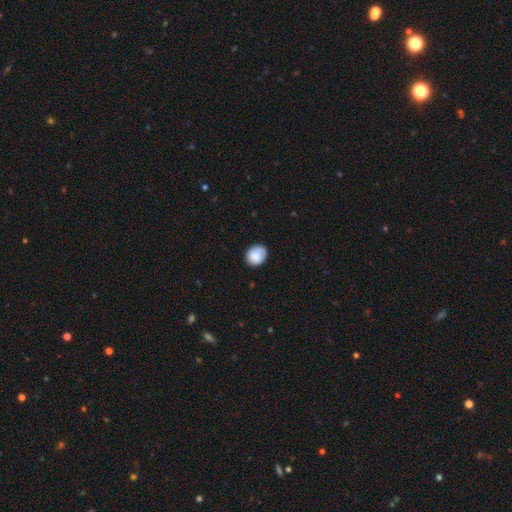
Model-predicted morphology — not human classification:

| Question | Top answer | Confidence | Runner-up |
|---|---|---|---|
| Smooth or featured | smooth | 86% | star or artifact (7%) |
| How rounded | round | 62% | in between (37%) |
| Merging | none | 78% | minor disturbance (18%) |